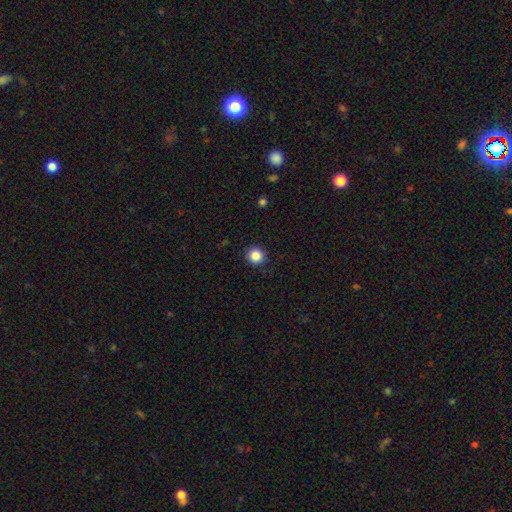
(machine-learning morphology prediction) smooth-or-featured: smooth: 85% | star or artifact: 11% | featured or disk: 4%
  how-rounded: round: 94% | in between: 5% | cigar-shaped: 1%
  merging: none: 92% | minor disturbance: 5% | major disturbance: 2% | merger: 1%